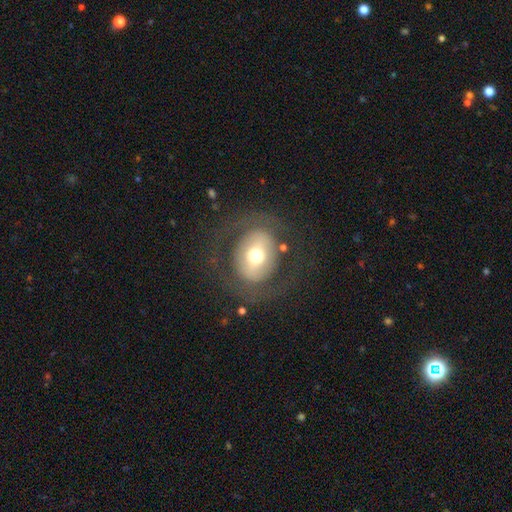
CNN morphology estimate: Smooth or featured? smooth (48%)
Merging? none (73%)